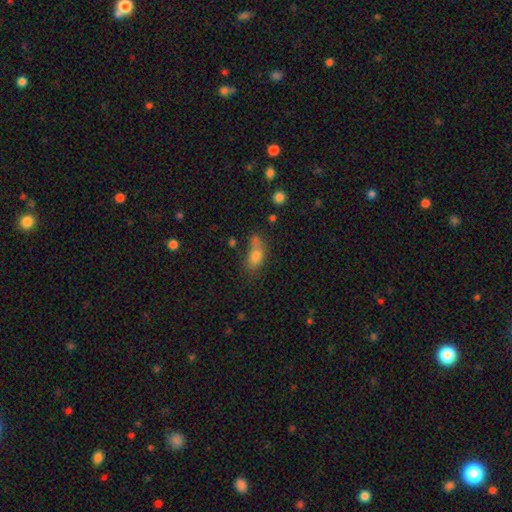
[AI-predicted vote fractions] smooth 75%, featured or disk 13%, star or artifact 13%. Down the decision tree: how rounded — in between (79%); merging — none (44%).